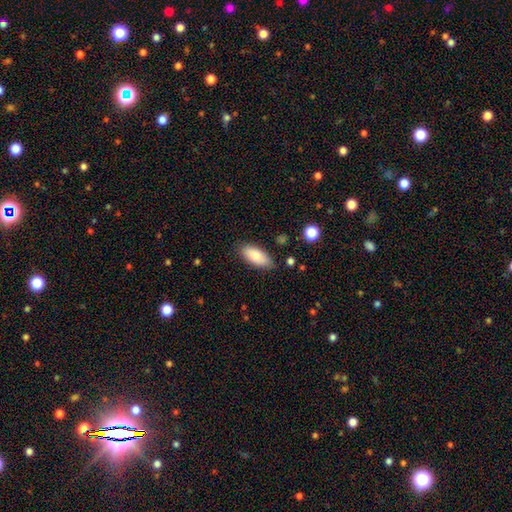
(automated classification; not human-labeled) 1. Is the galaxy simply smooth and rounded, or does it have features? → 83% smooth, 10% featured or disk, 6% star or artifact.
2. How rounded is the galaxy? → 86% in between, 12% cigar-shaped, 2% round.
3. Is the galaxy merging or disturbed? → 81% none, 14% minor disturbance, 3% major disturbance, 2% merger.